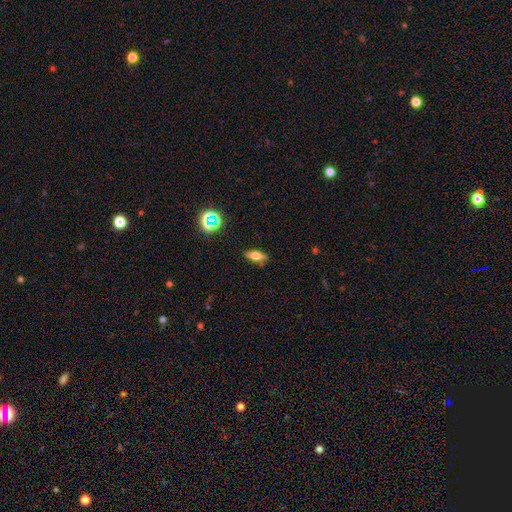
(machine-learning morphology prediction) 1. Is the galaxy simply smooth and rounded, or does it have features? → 61% smooth, 27% featured or disk, 12% star or artifact.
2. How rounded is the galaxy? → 66% in between, 29% cigar-shaped, 5% round.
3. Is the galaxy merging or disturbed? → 86% none, 10% minor disturbance, 2% major disturbance, 2% merger.